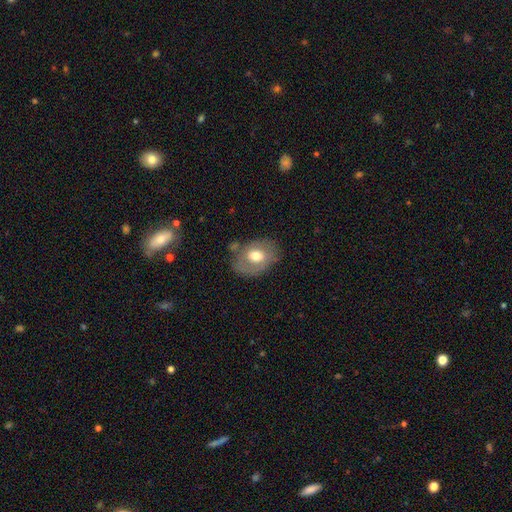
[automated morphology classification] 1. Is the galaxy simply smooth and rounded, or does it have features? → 56% smooth, 37% featured or disk, 7% star or artifact.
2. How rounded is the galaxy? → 70% in between, 29% round, 1% cigar-shaped.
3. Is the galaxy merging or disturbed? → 63% none, 23% minor disturbance, 9% major disturbance, 6% merger.